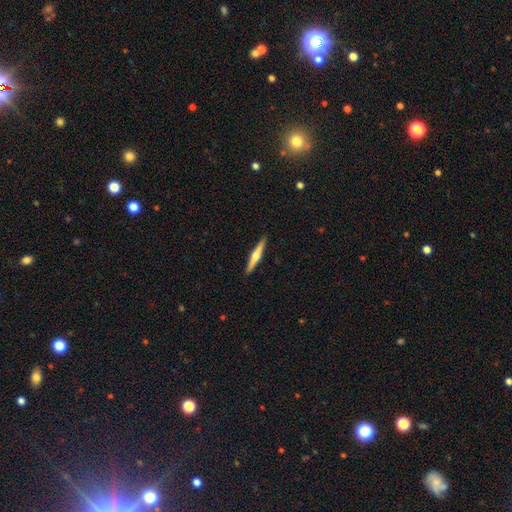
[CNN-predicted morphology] A featured or disk galaxy (60%) viewed edge-on (98%) with a rounded central bulge (87%). Merging: none (91%).